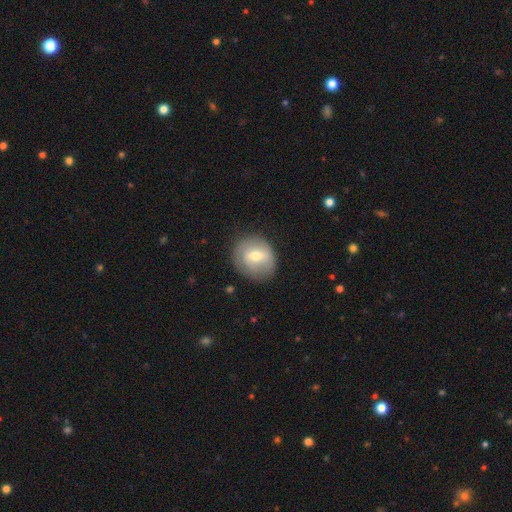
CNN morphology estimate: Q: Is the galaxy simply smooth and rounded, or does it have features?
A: smooth — 52%.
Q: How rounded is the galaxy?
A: round — 75%.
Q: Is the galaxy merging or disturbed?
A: none — 78%.